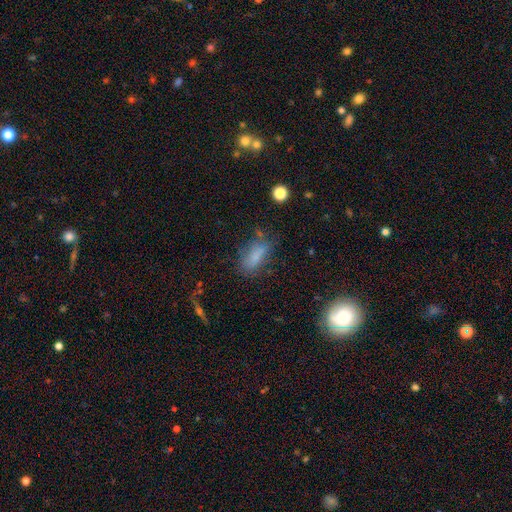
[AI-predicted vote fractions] smooth_or_featured: smooth (p=0.76) [alt: featured or disk p=0.13]
how_rounded: in between (p=0.76) [alt: cigar-shaped p=0.20]
merging: none (p=0.67) [alt: minor disturbance p=0.21]